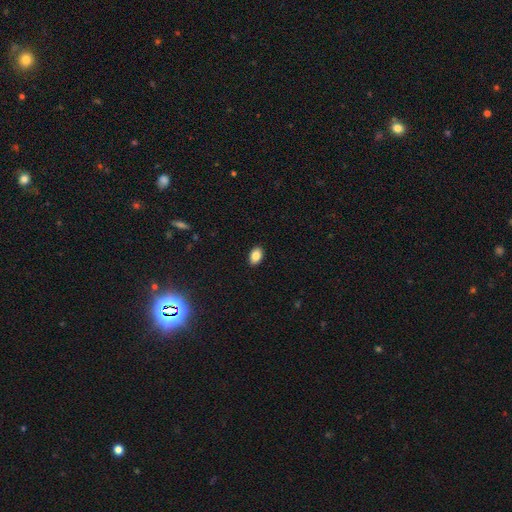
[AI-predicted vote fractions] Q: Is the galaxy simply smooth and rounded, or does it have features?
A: smooth — 86%.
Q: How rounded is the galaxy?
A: in between — 88%.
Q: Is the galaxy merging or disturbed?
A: none — 90%.